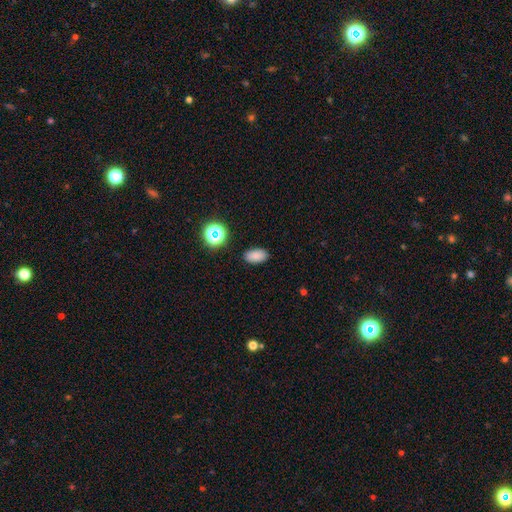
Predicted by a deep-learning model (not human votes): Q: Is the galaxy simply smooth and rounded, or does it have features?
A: smooth — 83%.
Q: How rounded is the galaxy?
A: in between — 91%.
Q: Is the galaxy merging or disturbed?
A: none — 87%.